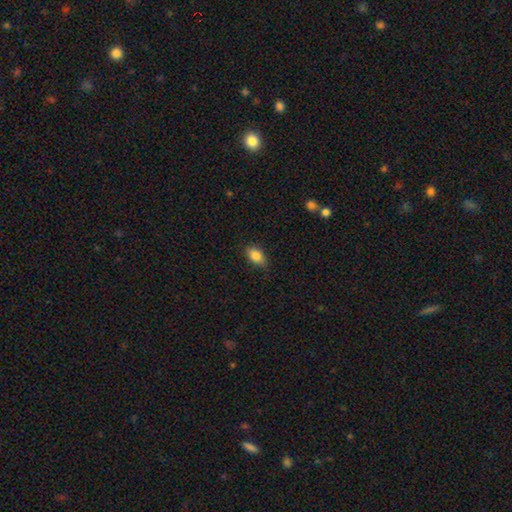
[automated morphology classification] Smooth or featured? Predicted: smooth (p=0.85). How rounded? Predicted: in between (p=0.87). Merging? Predicted: none (p=0.81).